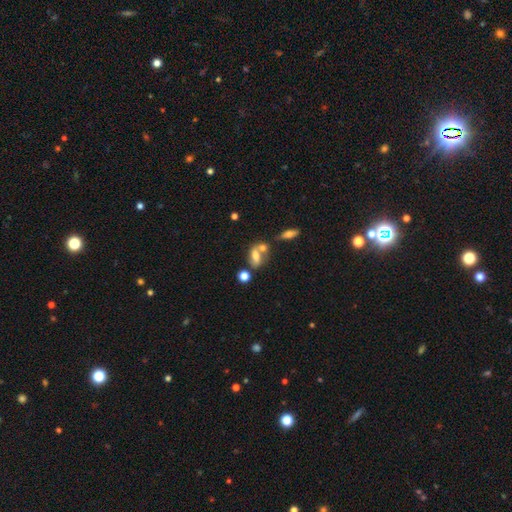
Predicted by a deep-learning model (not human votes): Smooth or featured? smooth (55%)
How rounded? in between (76%)
Merging? none (40%)